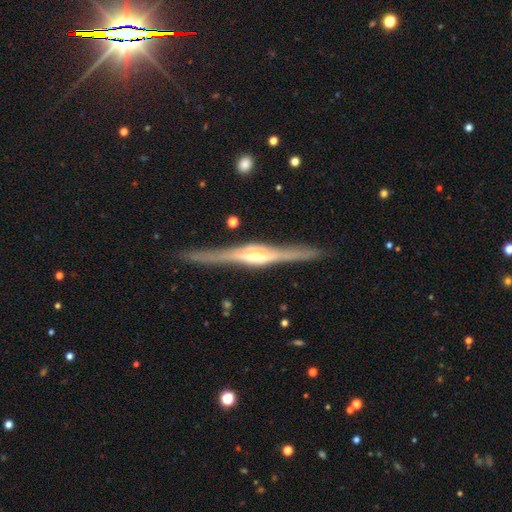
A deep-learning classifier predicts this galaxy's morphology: type=featured or disk (87%); edge-on=yes (98%); edge-on bulge=rounded (77%); merging=none (88%).